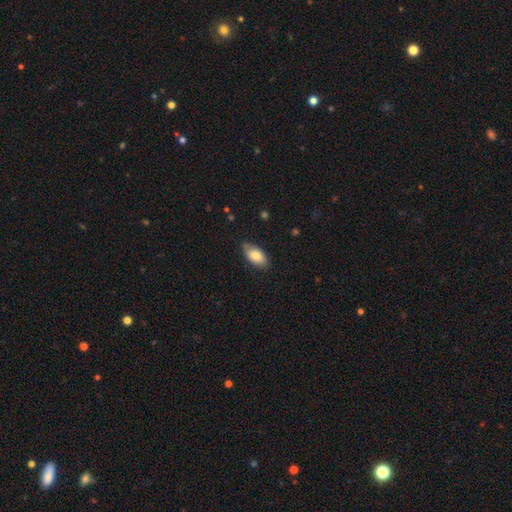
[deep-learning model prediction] Smooth or featured?
  - smooth: 82% *
  - featured or disk: 12%
  - star or artifact: 7%
How rounded?
  - in between: 92% *
  - cigar-shaped: 5%
  - round: 3%
Merging?
  - none: 76% *
  - minor disturbance: 20%
  - major disturbance: 3%
  - merger: 1%